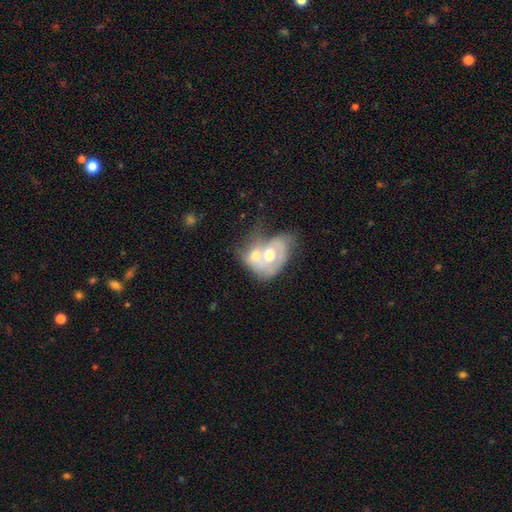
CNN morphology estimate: The model was most divided on "smooth or featured": featured or disk: 51%, smooth: 42%, star or artifact: 7%. More confident: edge-on disk — no (96%); merging — merger (73%).